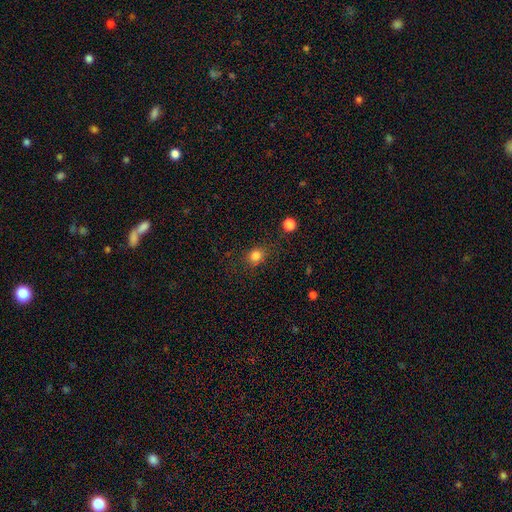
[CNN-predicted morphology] The model was most divided on "how rounded": round: 74%, in between: 25%, cigar-shaped: 1%. More confident: smooth or featured — smooth (82%); merging — none (81%).